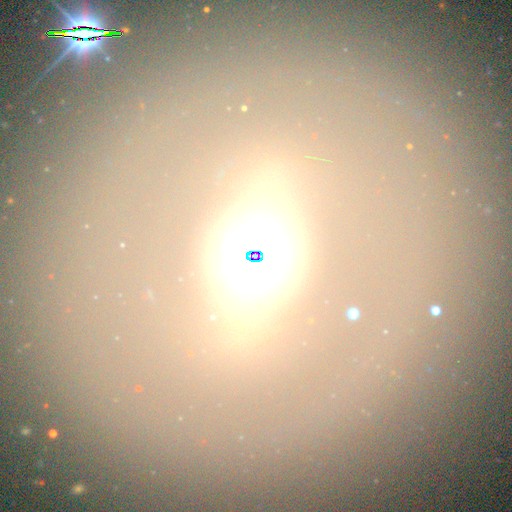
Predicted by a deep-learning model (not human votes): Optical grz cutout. It shows a smooth galaxy with no disk features (37%, tied with star or artifact). Merging: none (82%).